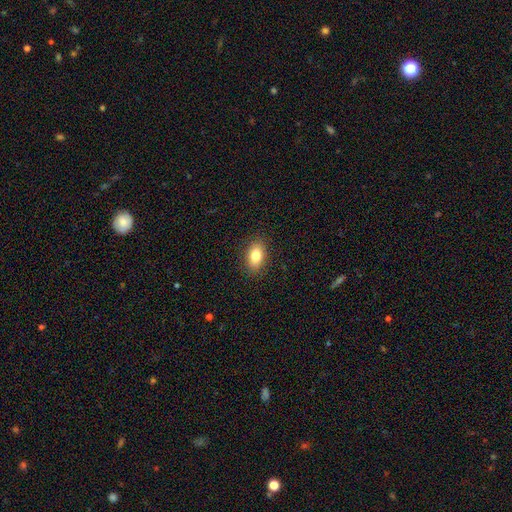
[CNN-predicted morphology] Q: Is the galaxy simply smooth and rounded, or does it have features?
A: smooth — 82%.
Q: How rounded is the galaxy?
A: in between — 88%.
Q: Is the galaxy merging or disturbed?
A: none — 88%.